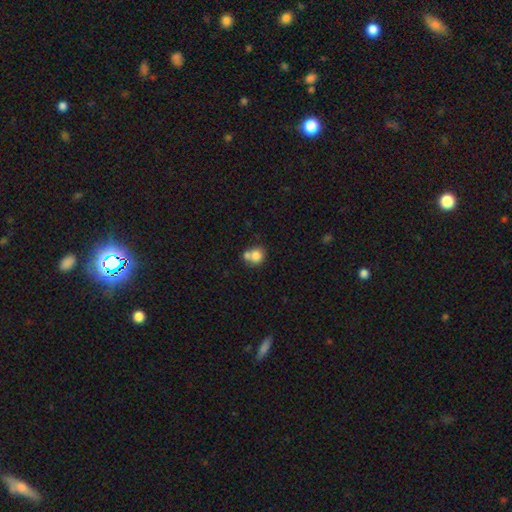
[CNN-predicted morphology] Smooth or featured: smooth — 79% (featured or disk — 11%)
How rounded: round — 78% (in between — 22%)
Merging: merger — 46% (none — 41%)